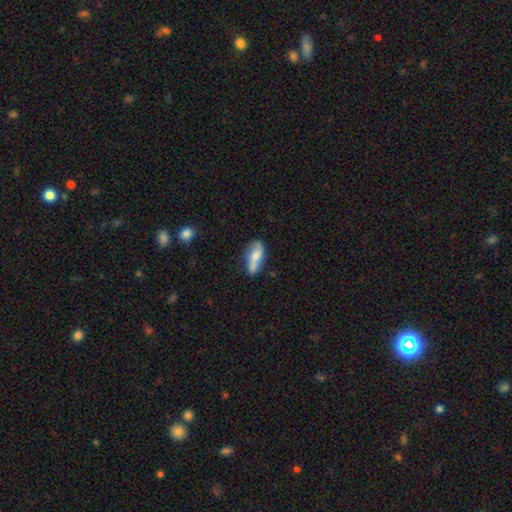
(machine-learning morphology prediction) A smooth galaxy with no disk features (56%) that is in between round and cigar-shaped (74%). Merging: none (52%).